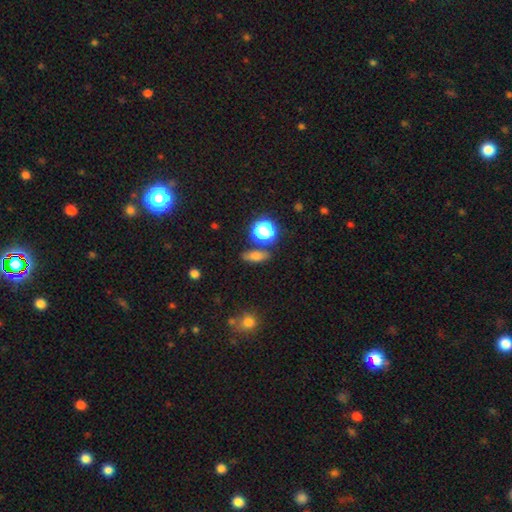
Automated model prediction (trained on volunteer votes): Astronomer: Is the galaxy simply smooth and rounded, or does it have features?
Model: smooth — 69%.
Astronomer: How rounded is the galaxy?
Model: in between — 55%.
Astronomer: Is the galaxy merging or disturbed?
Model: none — 81%.